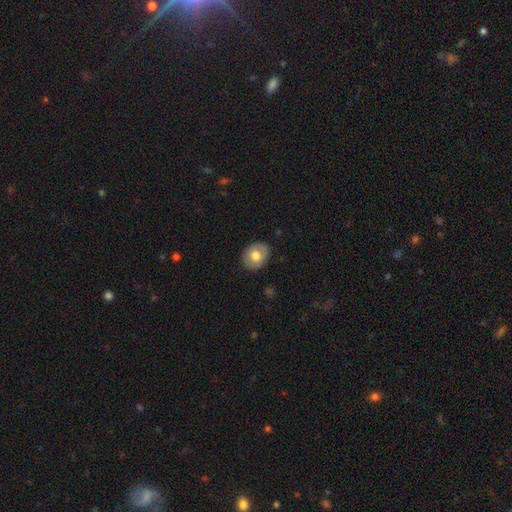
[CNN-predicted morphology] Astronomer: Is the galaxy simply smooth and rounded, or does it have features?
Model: smooth — 73%.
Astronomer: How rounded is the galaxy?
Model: in between — 60% (runner-up: round, 39%).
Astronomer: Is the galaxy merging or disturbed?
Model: none — 85%.